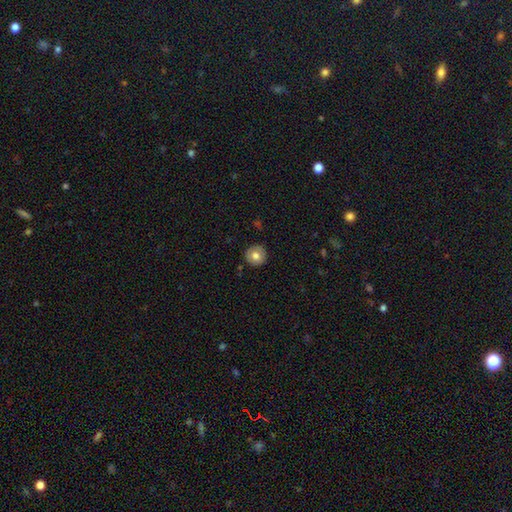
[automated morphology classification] The model was most divided on "smooth or featured": smooth: 73%, featured or disk: 19%, star or artifact: 8%. More confident: how rounded — round (92%); merging — none (87%).